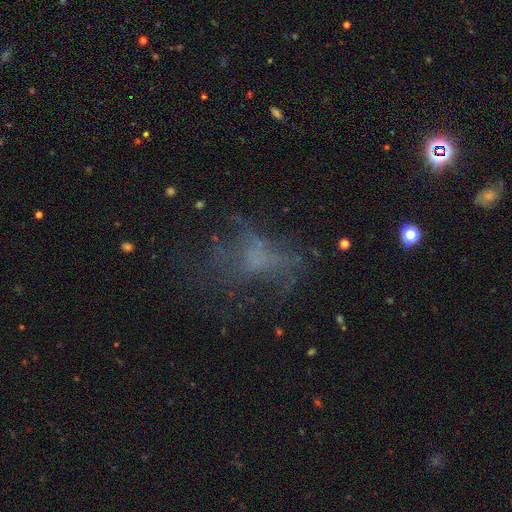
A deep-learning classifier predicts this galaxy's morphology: Smooth or featured: featured or disk — 40% (smooth — 30%)
Merging: none — 44% (major disturbance — 36%)